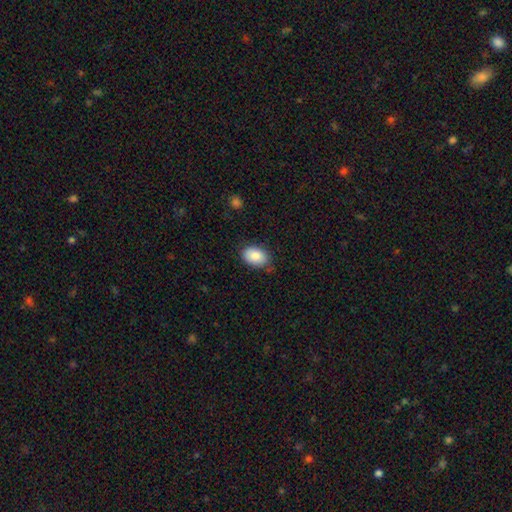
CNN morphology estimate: A smooth galaxy with no disk features (86%) that is in between round and cigar-shaped (86%). Merging: none (74%).